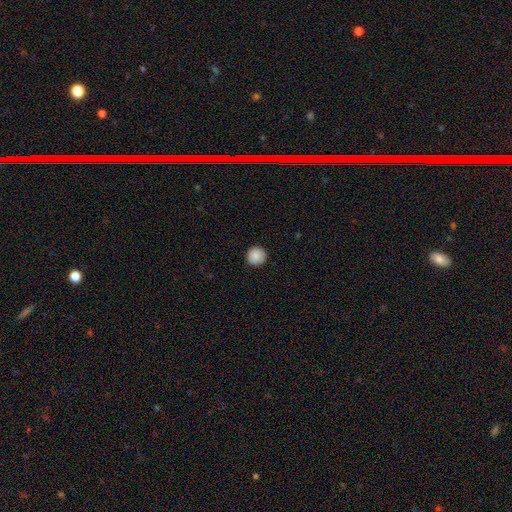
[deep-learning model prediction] smooth 87%, star or artifact 8%, featured or disk 4%. Down the decision tree: how rounded — round (95%); merging — none (91%).